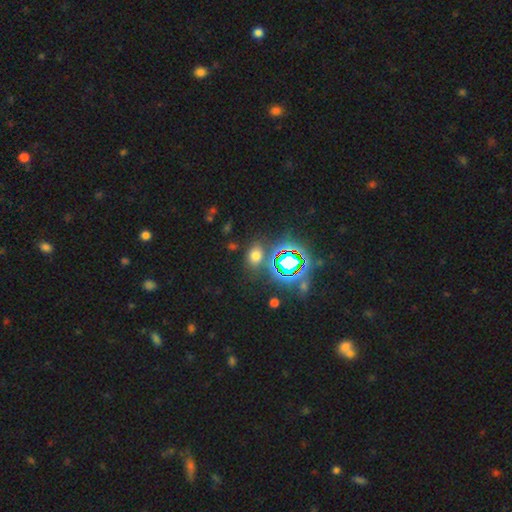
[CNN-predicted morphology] This is possibly a smooth galaxy (56%). How rounded: likely in between (67%). Merging: likely none (78%).